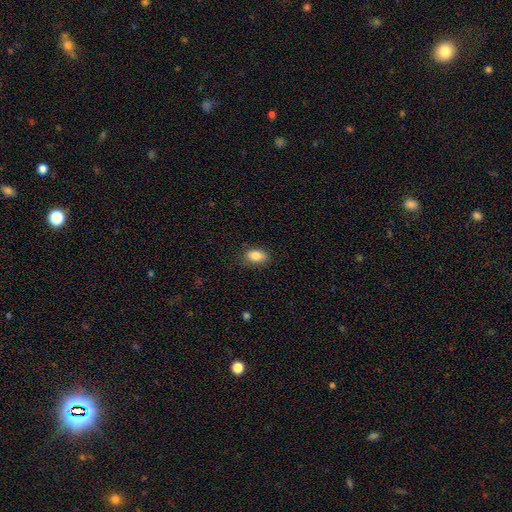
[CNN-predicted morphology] smooth_or_featured: smooth (p=0.85) [alt: star or artifact p=0.08]
how_rounded: in between (p=0.88) [alt: round p=0.09]
merging: none (p=0.80) [alt: minor disturbance p=0.15]